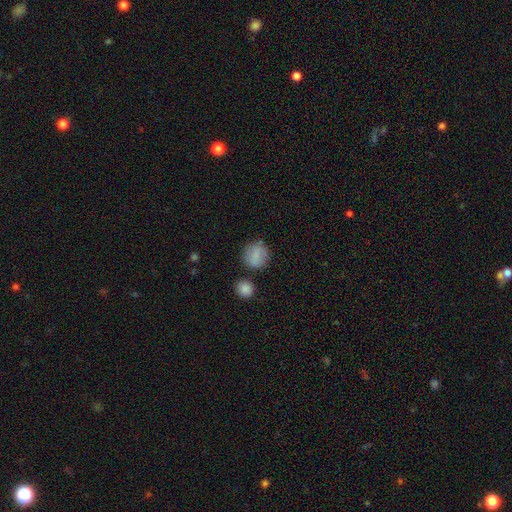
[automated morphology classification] The model was most divided on "merging": none: 76%, minor disturbance: 13%, merger: 7%, major disturbance: 4%. More confident: how rounded — round (86%); smooth or featured — smooth (83%).